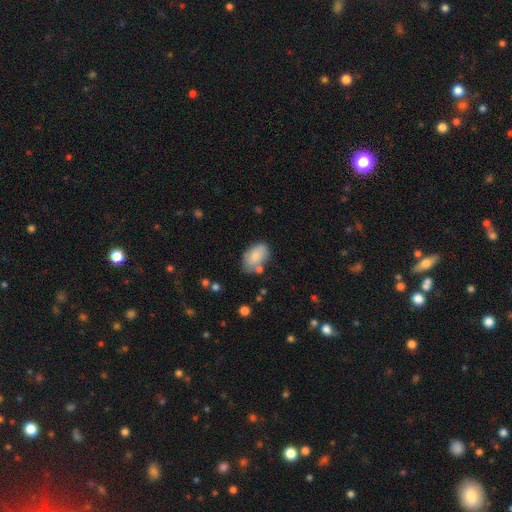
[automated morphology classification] smooth 81%, featured or disk 12%, star or artifact 7%. Down the decision tree: how rounded — in between (91%); merging — none (61%).